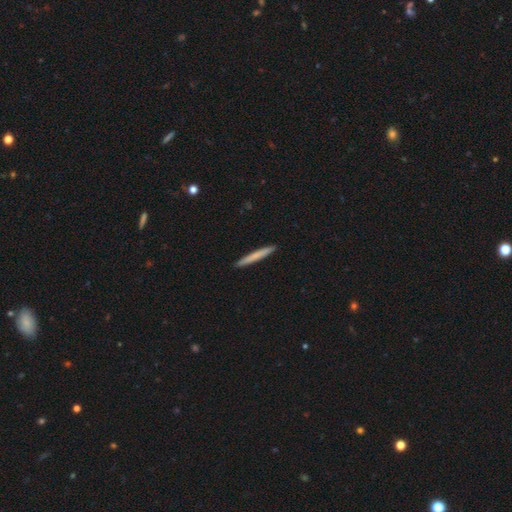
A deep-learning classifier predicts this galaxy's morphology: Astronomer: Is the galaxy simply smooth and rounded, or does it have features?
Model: smooth — 71%.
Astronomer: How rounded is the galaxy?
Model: cigar-shaped — 97%.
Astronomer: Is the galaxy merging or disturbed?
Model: none — 93%.